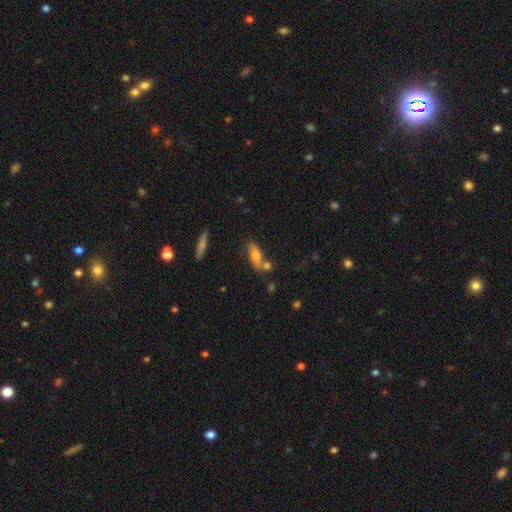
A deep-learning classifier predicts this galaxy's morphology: A smooth galaxy with no disk features (62%) that is in between round and cigar-shaped (54%).

Vote fractions:
- Smooth or featured? smooth: 62% / featured or disk: 30% / star or artifact: 8%
- How rounded? in between: 54% / cigar-shaped: 42% / round: 4%
- Merging? none: 61% / merger: 20% / minor disturbance: 15% / major disturbance: 4%